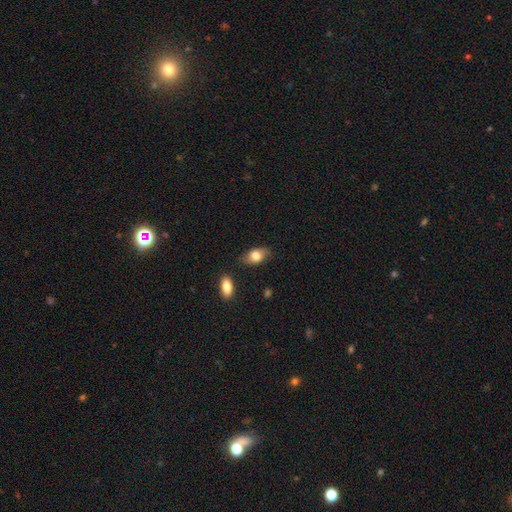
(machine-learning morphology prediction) Q: Smooth or featured?
A: smooth (76%); runner-up: featured or disk (17%)
Q: How rounded?
A: in between (86%); runner-up: round (10%)
Q: Merging?
A: none (77%); runner-up: minor disturbance (17%)